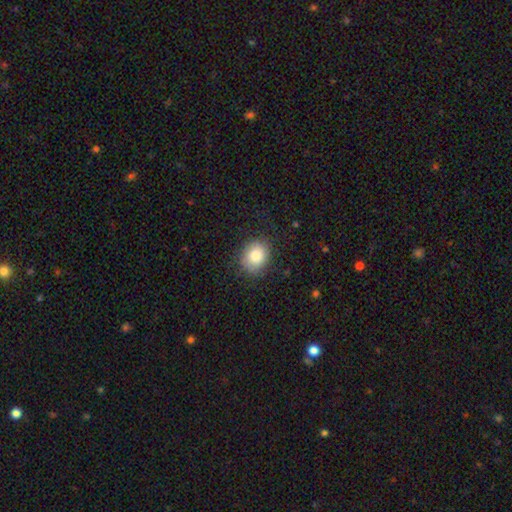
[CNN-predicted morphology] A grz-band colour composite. It shows a smooth galaxy with no disk features (81%) that is round (62%). Merging: none (78%).